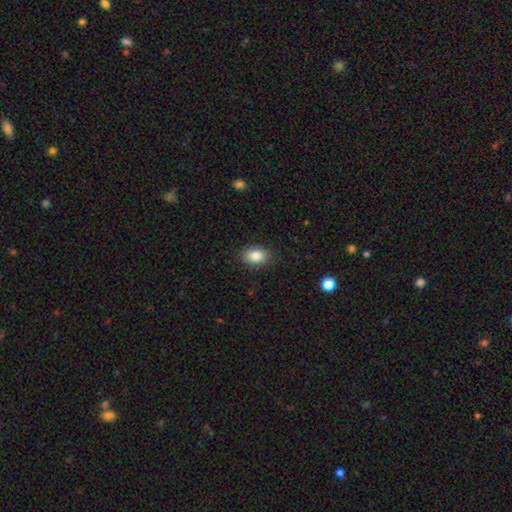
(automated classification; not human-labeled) A smooth galaxy with no disk features (86%) that is in between round and cigar-shaped (79%). Merging: none (87%).